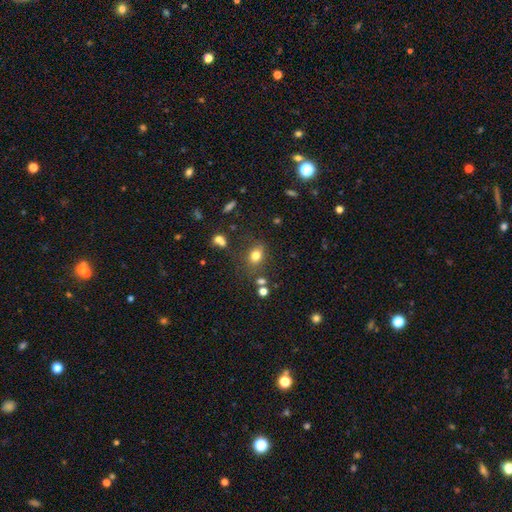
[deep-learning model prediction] Overall: smooth (76%). How rounded: in between (63%; round 35%). Merging: none (70%).